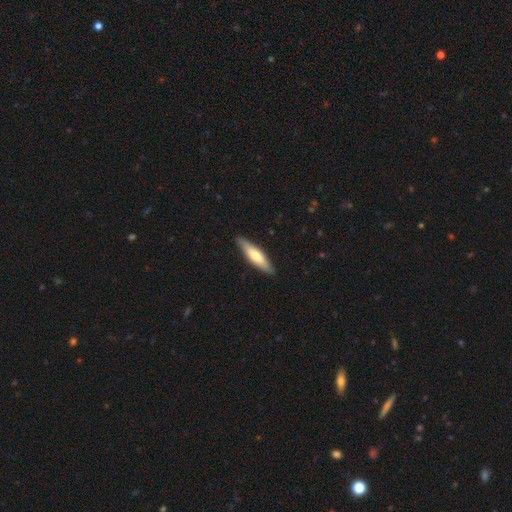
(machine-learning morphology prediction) Q: Smooth or featured?
A: smooth (63%); runner-up: featured or disk (32%)
Q: How rounded?
A: cigar-shaped (73%); runner-up: in between (26%)
Q: Merging?
A: none (89%); runner-up: minor disturbance (8%)